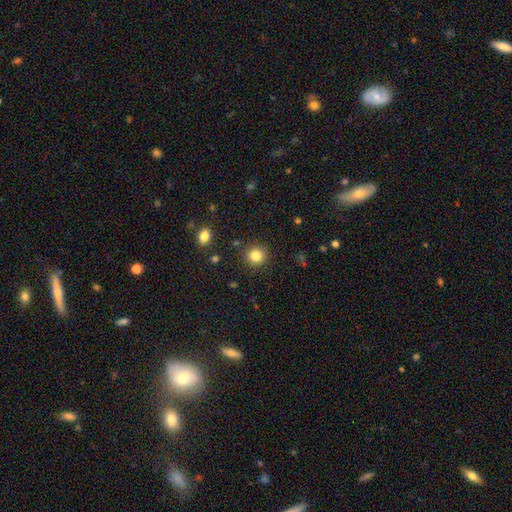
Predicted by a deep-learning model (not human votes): This appears to be a smooth galaxy with no disk features (83%) that is round (91%). Merging: none (89%).